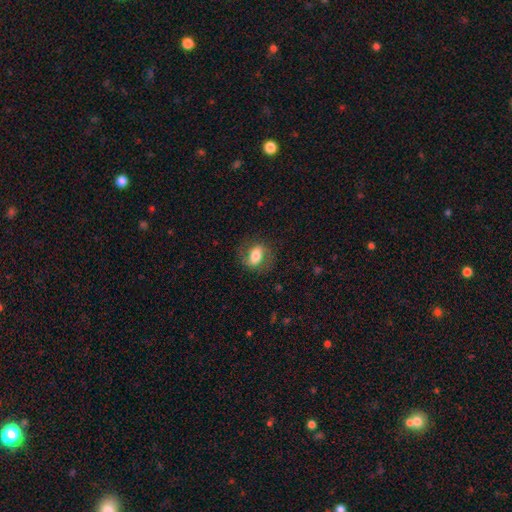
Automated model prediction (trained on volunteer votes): Smooth or featured: smooth — 57% (featured or disk — 35%)
How rounded: in between — 73% (round — 24%)
Merging: none — 73% (minor disturbance — 16%)